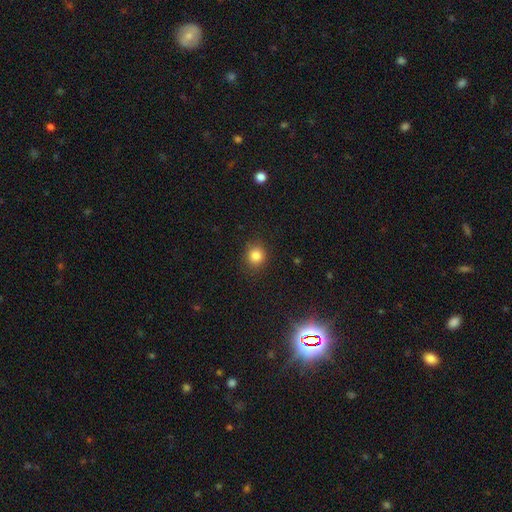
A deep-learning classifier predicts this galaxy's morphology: type=smooth (83%); roundness=round (85%); merging=none (88%).